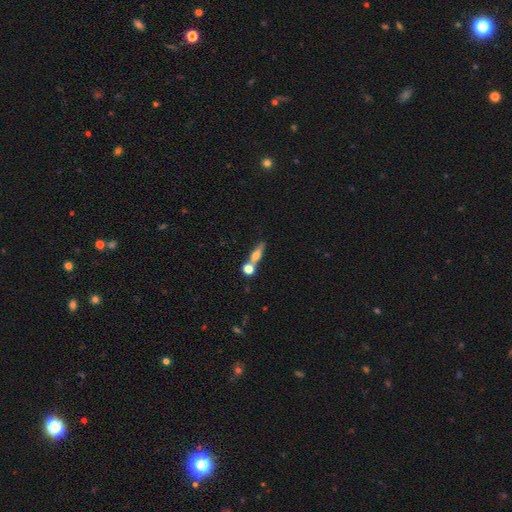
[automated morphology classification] Smooth or featured: smooth — 53% (featured or disk — 37%)
How rounded: cigar-shaped — 52% (in between — 32%)
Merging: none — 50% (merger — 34%)